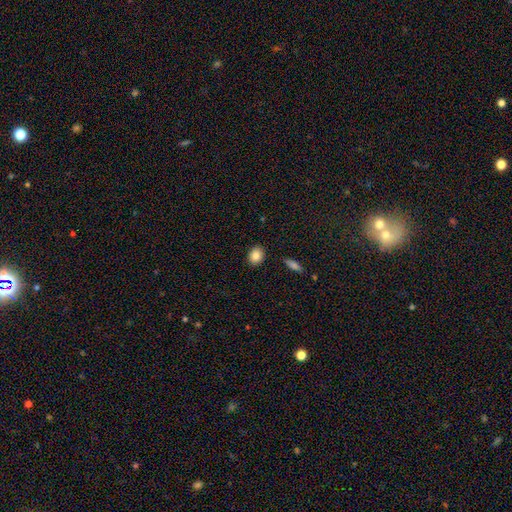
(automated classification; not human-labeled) This appears to be a smooth galaxy with no disk features (85%) that is in between round and cigar-shaped (54%). Merging: none (89%).